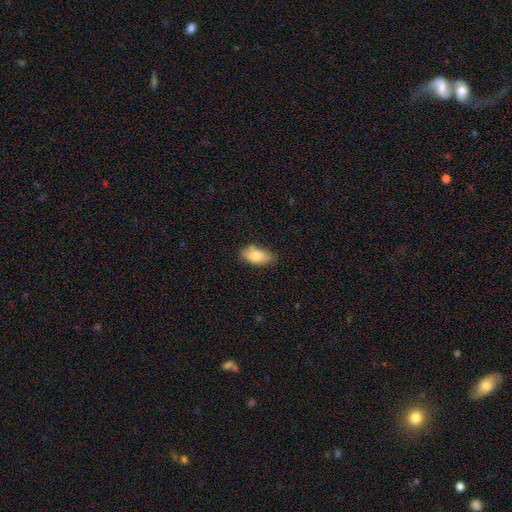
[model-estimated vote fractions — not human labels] Morphology: type=smooth (80%); roundness=in between (89%); merging=none (72%).